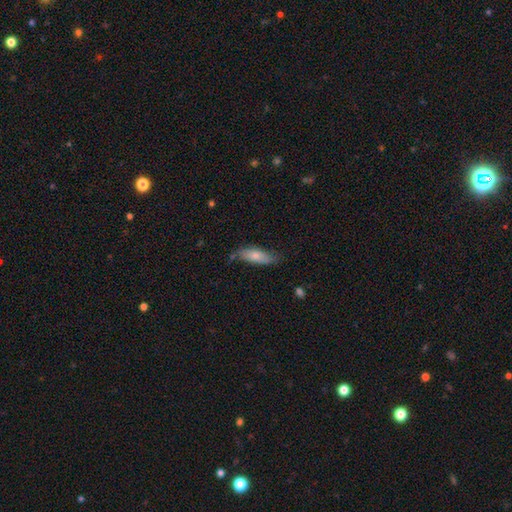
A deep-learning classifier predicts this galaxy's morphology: smooth_or_featured: smooth (p=0.72) [alt: featured or disk p=0.22]
how_rounded: in between (p=0.58) [alt: cigar-shaped p=0.40]
merging: none (p=0.68) [alt: minor disturbance p=0.24]